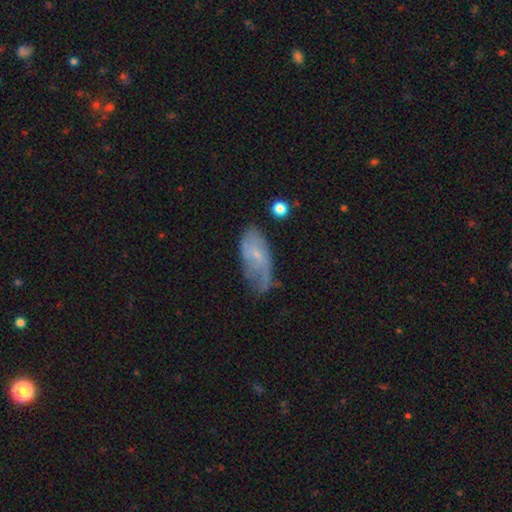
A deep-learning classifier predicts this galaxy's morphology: Overall: featured or disk (55%; smooth 38%). Edge-on disk: no (92%). Bar: no (64%; weak 31%). Spiral arms: yes (68%; no 32%). Bulge size: small (73%). Merging: none (38%; minor disturbance 35%).